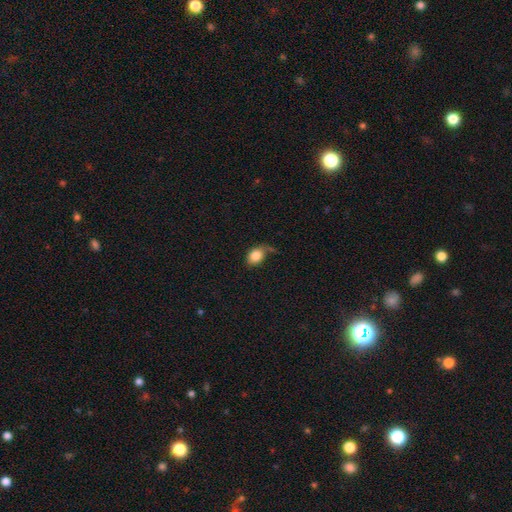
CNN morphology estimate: Smooth or featured? Predicted: smooth (p=0.82). How rounded? Predicted: in between (p=0.68). Merging? Predicted: none (p=0.44).